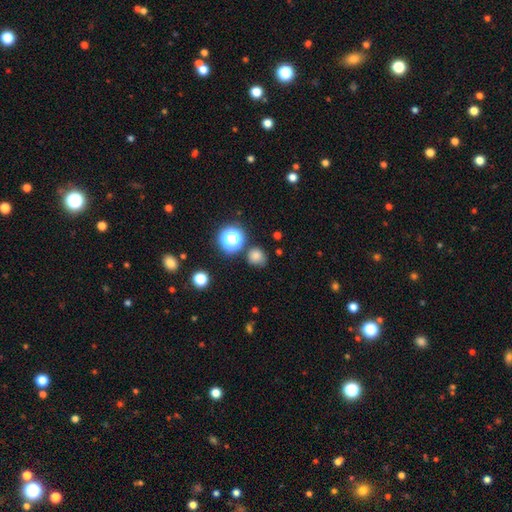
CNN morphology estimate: A smooth galaxy with no disk features (76%) that is round (87%).

Vote fractions:
- Smooth or featured? smooth: 76% / star or artifact: 18% / featured or disk: 6%
- How rounded? round: 87% / in between: 12% / cigar-shaped: 1%
- Merging? none: 75% / minor disturbance: 15% / merger: 6% / major disturbance: 5%